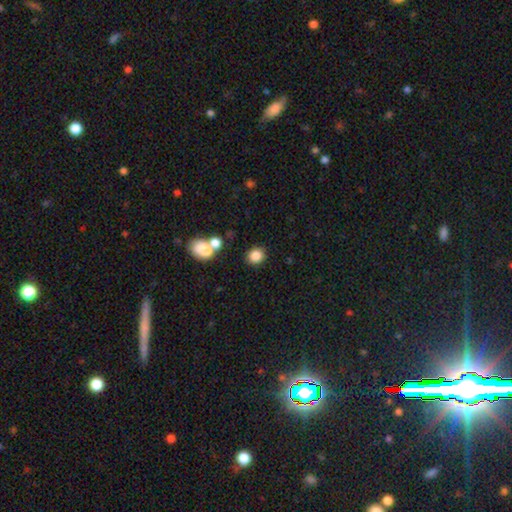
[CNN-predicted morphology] smooth_or_featured: smooth (p=0.84) [alt: star or artifact p=0.11]
how_rounded: round (p=0.75) [alt: in between p=0.24]
merging: none (p=0.79) [alt: merger p=0.09]